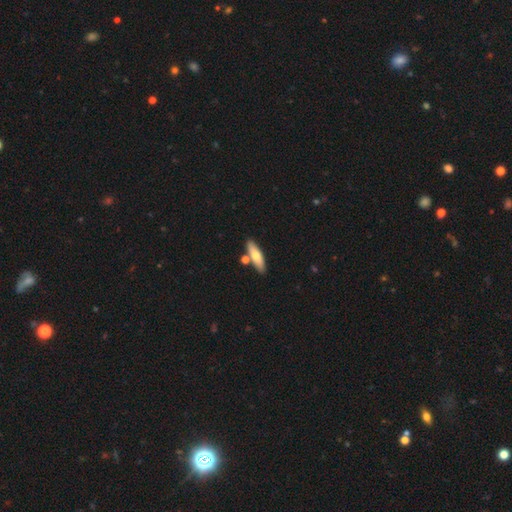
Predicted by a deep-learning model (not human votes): Overall: smooth (62%; featured or disk 33%). How rounded: cigar-shaped (58%; in between 40%). Merging: none (76%).